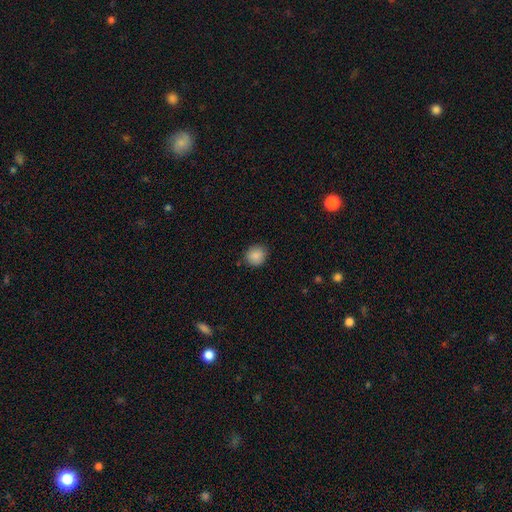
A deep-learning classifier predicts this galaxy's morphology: Smooth or featured?
  - smooth: 88% *
  - star or artifact: 8%
  - featured or disk: 4%
How rounded?
  - round: 81% *
  - in between: 18%
  - cigar-shaped: 1%
Merging?
  - none: 84% *
  - minor disturbance: 12%
  - major disturbance: 3%
  - merger: 1%